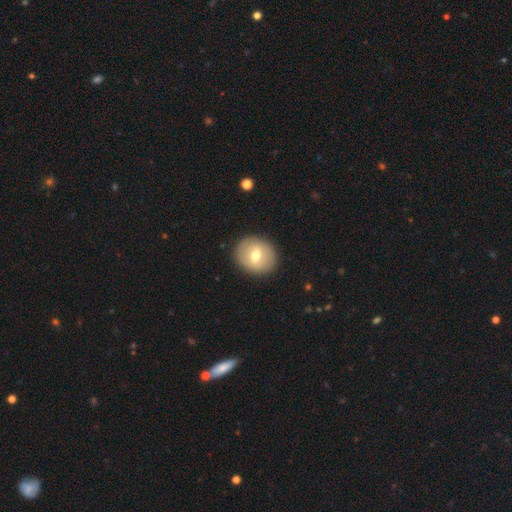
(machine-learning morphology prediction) type=smooth (62%); roundness=round (77%); merging=none (89%).